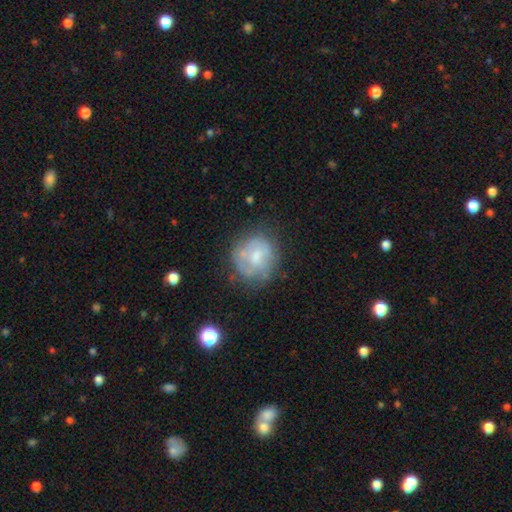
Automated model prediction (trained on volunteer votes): Q: Smooth or featured?
A: featured or disk (47%); runner-up: smooth (45%)
Q: Merging?
A: none (57%); runner-up: minor disturbance (25%)